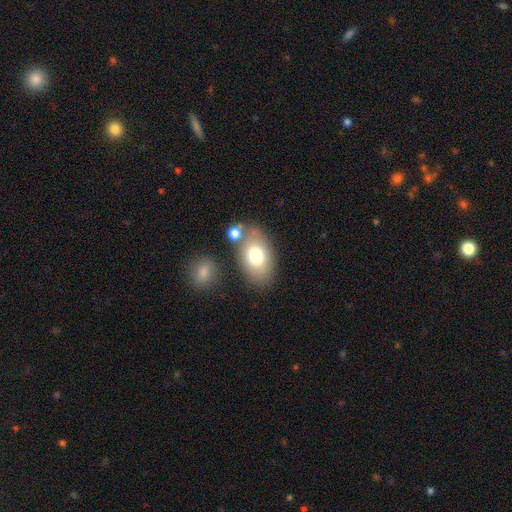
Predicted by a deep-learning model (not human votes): The model was most divided on "merging": none: 69%, minor disturbance: 14%, merger: 13%, major disturbance: 5%. More confident: how rounded — in between (88%); smooth or featured — smooth (74%).